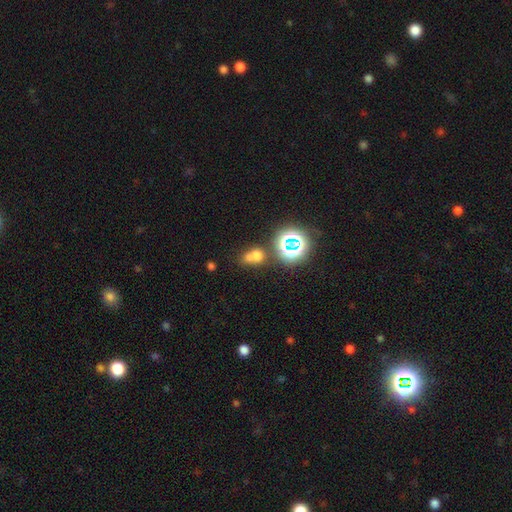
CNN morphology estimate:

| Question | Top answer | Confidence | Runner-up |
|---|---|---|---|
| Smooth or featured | smooth | 60% | star or artifact (28%) |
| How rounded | round | 61% | in between (37%) |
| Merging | merger | 43% | none (39%) |